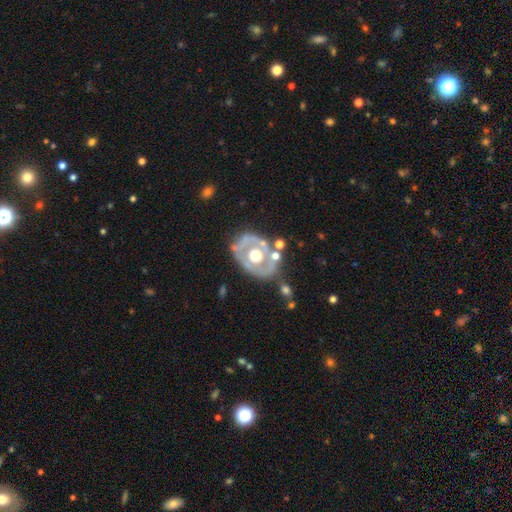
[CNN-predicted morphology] Smooth or featured?
  - featured or disk: 68% *
  - smooth: 26%
  - star or artifact: 6%
Edge-on disk?
  - no: 94% *
  - yes: 6%
Bar?
  - no: 88% *
  - weak: 9%
  - strong: 3%
Spiral arms?
  - no: 81% *
  - yes: 19%
Bulge size?
  - moderate: 59% *
  - large: 34%
  - small: 4%
  - dominant: 2%
  - none: 1%
Merging?
  - none: 63% *
  - minor disturbance: 20%
  - major disturbance: 10%
  - merger: 7%